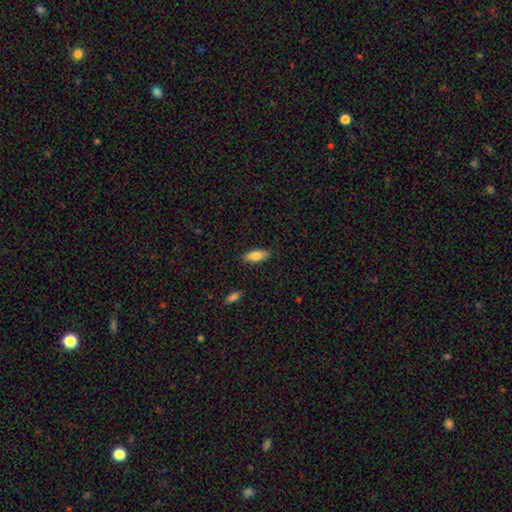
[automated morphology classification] Q: Smooth or featured?
A: smooth (80%); runner-up: featured or disk (14%)
Q: How rounded?
A: in between (75%); runner-up: cigar-shaped (23%)
Q: Merging?
A: none (88%); runner-up: minor disturbance (9%)